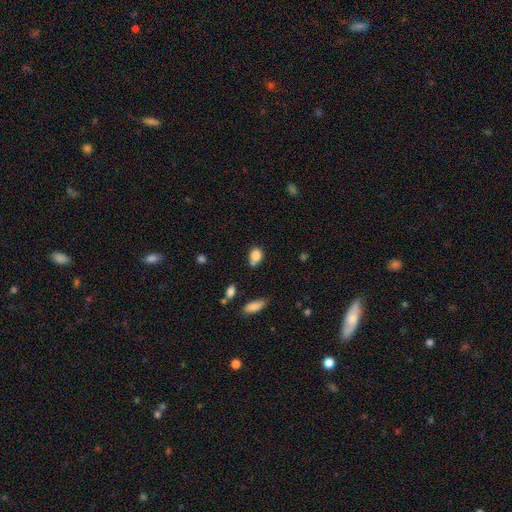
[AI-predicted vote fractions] Smooth or featured: smooth — 83% (star or artifact — 10%)
How rounded: in between — 59% (round — 40%)
Merging: none — 50% (minor disturbance — 27%)